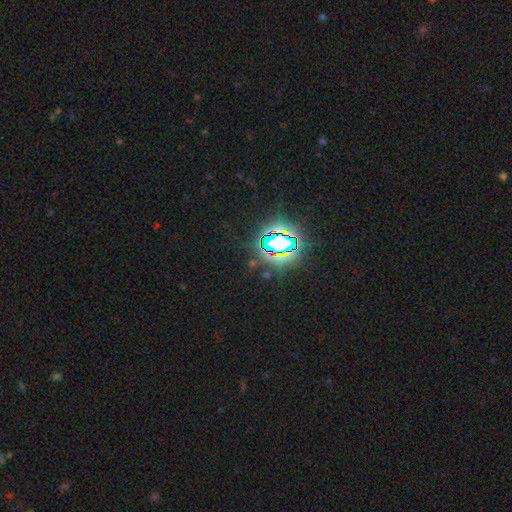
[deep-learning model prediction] A star or artifact, not a galaxy (83%).